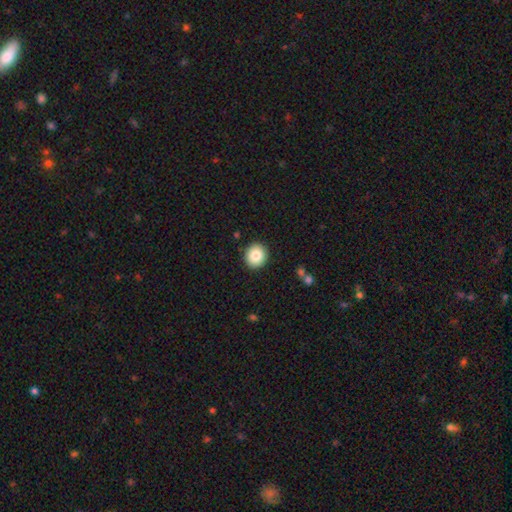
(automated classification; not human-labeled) Morphology: type=smooth (86%); roundness=round (89%); merging=none (91%).